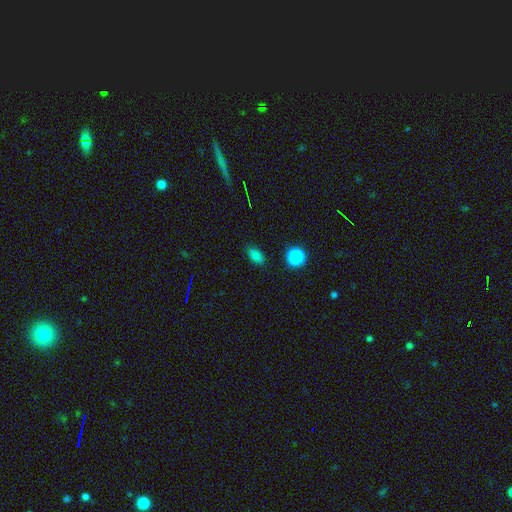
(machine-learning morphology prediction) smooth-or-featured: smooth: 78% | star or artifact: 17% | featured or disk: 5%
  how-rounded: in between: 84% | round: 12% | cigar-shaped: 4%
  merging: none: 84% | minor disturbance: 11% | major disturbance: 3% | merger: 2%